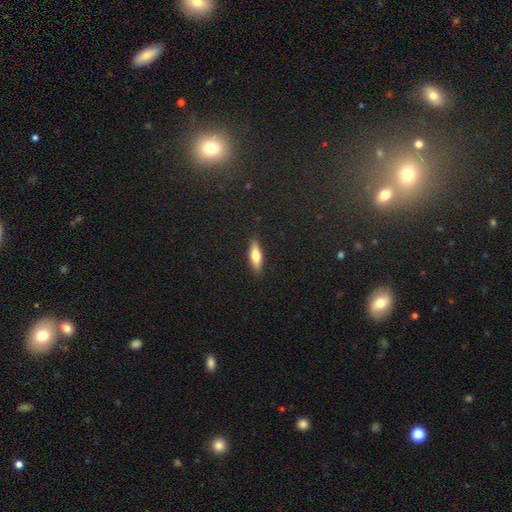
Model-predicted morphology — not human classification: smooth-or-featured: smooth: 66% | featured or disk: 27% | star or artifact: 7%
  how-rounded: cigar-shaped: 54% | in between: 43% | round: 2%
  merging: none: 88% | minor disturbance: 9% | major disturbance: 2% | merger: 1%